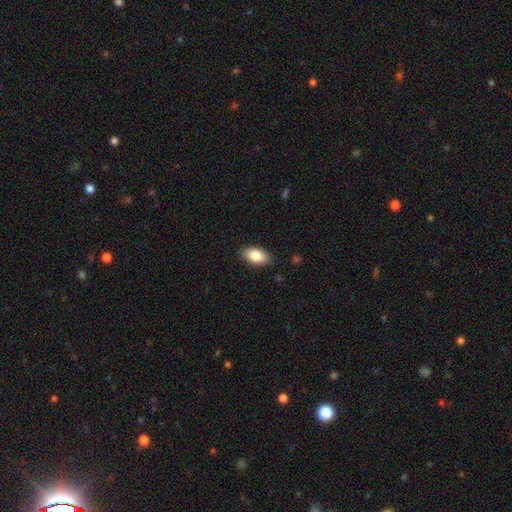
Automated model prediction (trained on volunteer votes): The model was most divided on "smooth or featured": smooth: 83%, featured or disk: 10%, star or artifact: 7%. More confident: how rounded — in between (92%); merging — none (86%).